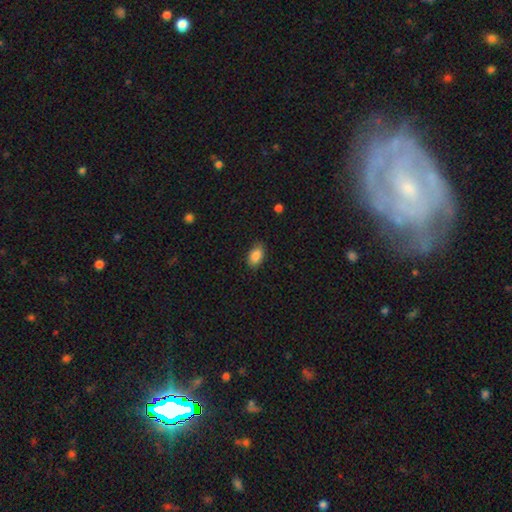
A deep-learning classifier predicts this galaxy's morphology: A smooth galaxy with no disk features (87%) that is in between round and cigar-shaped (90%). Merging: none (83%).